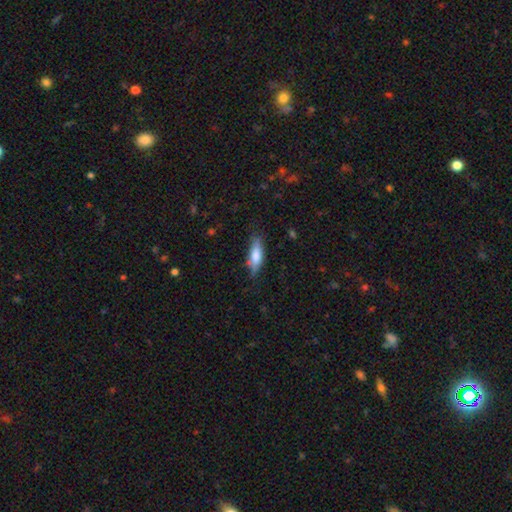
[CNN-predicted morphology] Q: Smooth or featured?
A: smooth (72%); runner-up: featured or disk (21%)
Q: How rounded?
A: in between (55%); runner-up: cigar-shaped (43%)
Q: Merging?
A: none (70%); runner-up: minor disturbance (23%)